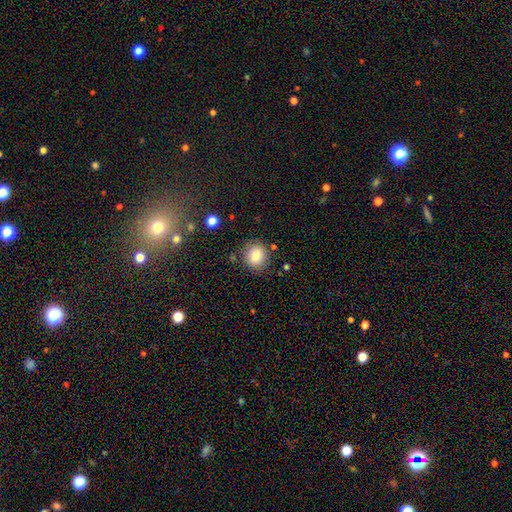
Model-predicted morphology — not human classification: Smooth or featured? smooth (81%)
How rounded? round (84%)
Merging? none (82%)